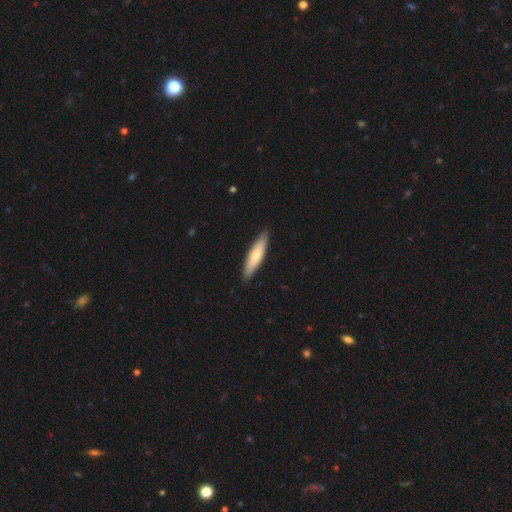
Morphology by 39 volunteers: type=smooth (79%); roundness=cigar-shaped (84%); merging=none (95%).